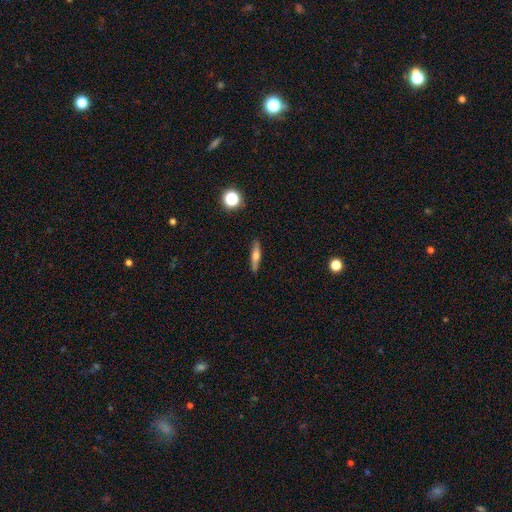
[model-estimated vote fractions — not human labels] A smooth galaxy with no disk features (52%) that is cigar-shaped (82%).

Vote fractions:
- Smooth or featured? smooth: 52% / featured or disk: 40% / star or artifact: 8%
- How rounded? cigar-shaped: 82% / in between: 15% / round: 3%
- Merging? none: 87% / minor disturbance: 9% / major disturbance: 2% / merger: 1%